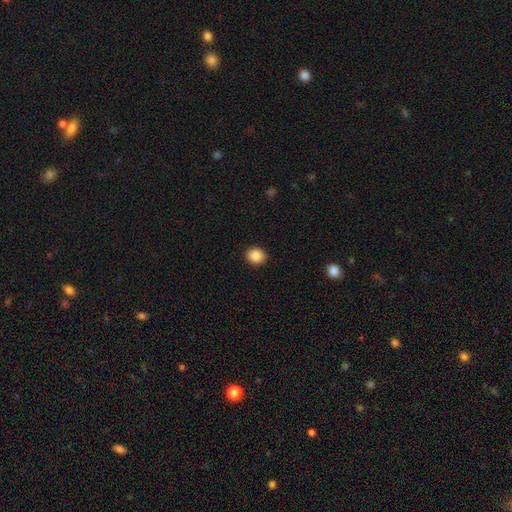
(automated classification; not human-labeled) Q: Smooth or featured?
A: smooth (88%); runner-up: star or artifact (9%)
Q: How rounded?
A: round (65%); runner-up: in between (34%)
Q: Merging?
A: none (91%); runner-up: minor disturbance (6%)